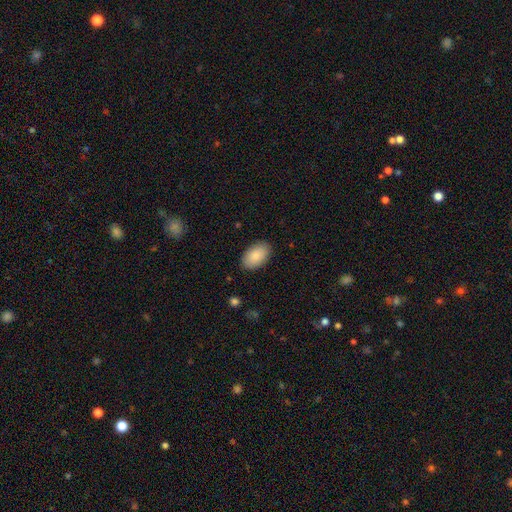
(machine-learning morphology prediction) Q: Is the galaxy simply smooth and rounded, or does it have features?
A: smooth — 87%.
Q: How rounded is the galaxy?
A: in between — 93%.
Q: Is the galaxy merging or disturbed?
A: none — 87%.